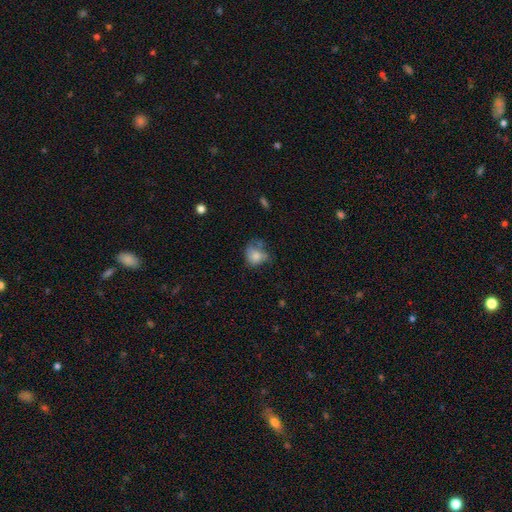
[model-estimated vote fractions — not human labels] smooth-or-featured: smooth: 71% | featured or disk: 19% | star or artifact: 10%
  how-rounded: round: 53% | in between: 46% | cigar-shaped: 1%
  merging: none: 33% | minor disturbance: 30% | major disturbance: 27% | merger: 9%